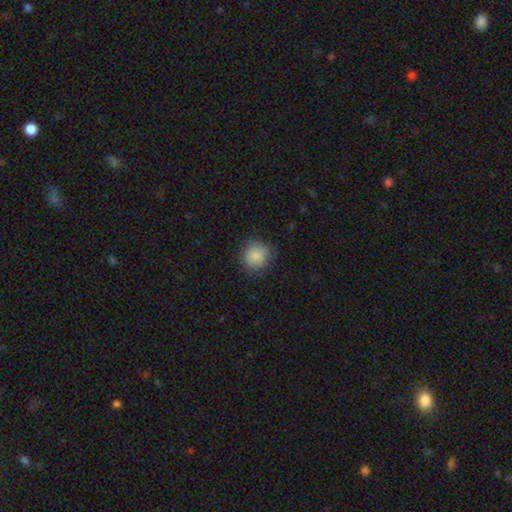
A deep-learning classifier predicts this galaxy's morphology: The model was most divided on "merging": none: 83%, minor disturbance: 12%, major disturbance: 4%, merger: 1%. More confident: how rounded — round (90%); smooth or featured — smooth (86%).